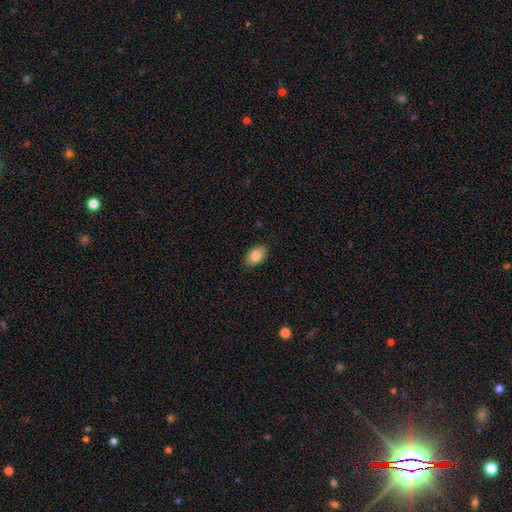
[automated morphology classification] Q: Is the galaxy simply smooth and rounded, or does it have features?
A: smooth — 86%.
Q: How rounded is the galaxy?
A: in between — 91%.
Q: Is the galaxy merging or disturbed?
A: none — 86%.